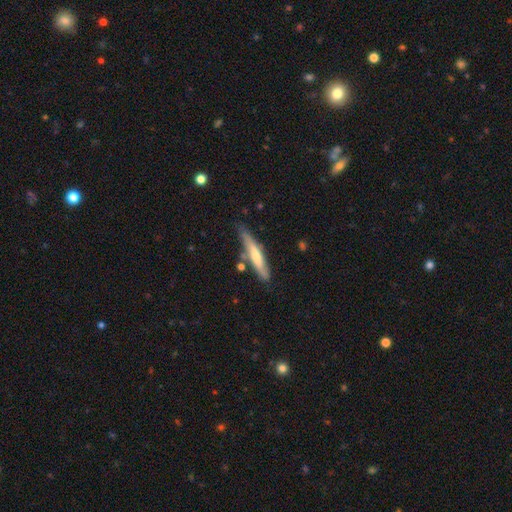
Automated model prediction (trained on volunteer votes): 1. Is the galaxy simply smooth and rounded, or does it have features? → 50% featured or disk, 43% smooth, 7% star or artifact.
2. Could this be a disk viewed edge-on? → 89% yes, 11% no.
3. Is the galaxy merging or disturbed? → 73% none, 18% minor disturbance, 5% merger, 3% major disturbance.